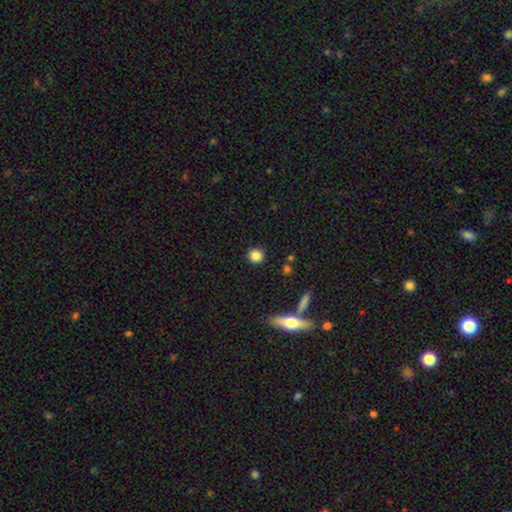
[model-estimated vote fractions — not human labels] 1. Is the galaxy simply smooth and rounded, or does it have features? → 84% smooth, 10% star or artifact, 6% featured or disk.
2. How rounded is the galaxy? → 91% round, 7% in between, 1% cigar-shaped.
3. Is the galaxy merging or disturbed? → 90% none, 6% minor disturbance, 2% merger, 2% major disturbance.